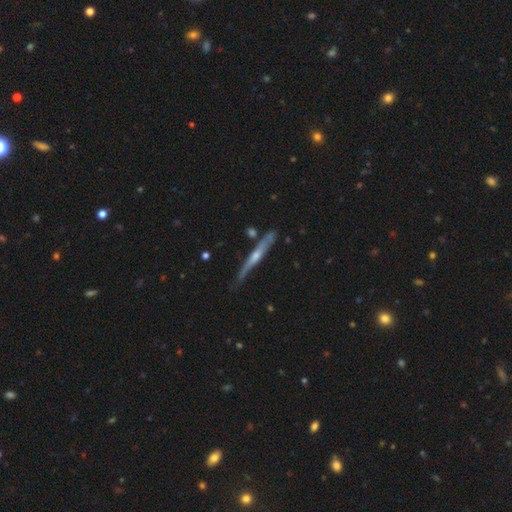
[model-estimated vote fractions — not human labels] Overall: featured or disk (72%). Edge-on disk: yes (97%). Edge-on bulge: rounded (74%). Merging: none (77%).